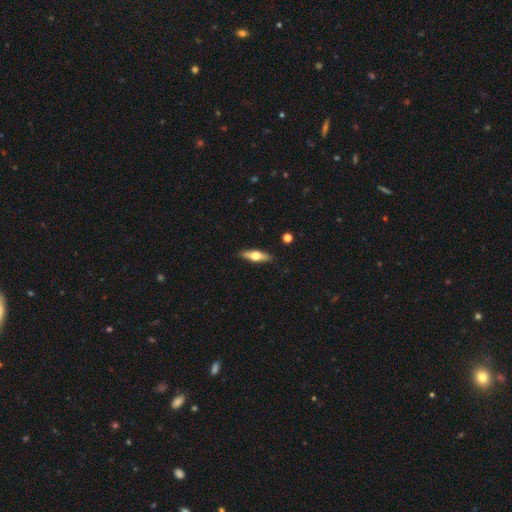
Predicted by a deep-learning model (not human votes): Smooth or featured: featured or disk — 50% (smooth — 44%)
Edge-on disk: yes — 89% (no — 11%)
Merging: none — 89% (minor disturbance — 8%)